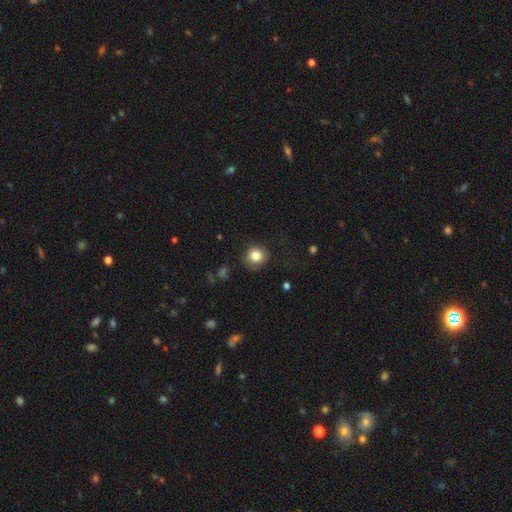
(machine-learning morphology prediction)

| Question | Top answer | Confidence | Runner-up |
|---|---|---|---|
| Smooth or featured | smooth | 83% | star or artifact (10%) |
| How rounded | round | 87% | in between (12%) |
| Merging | none | 78% | minor disturbance (15%) |